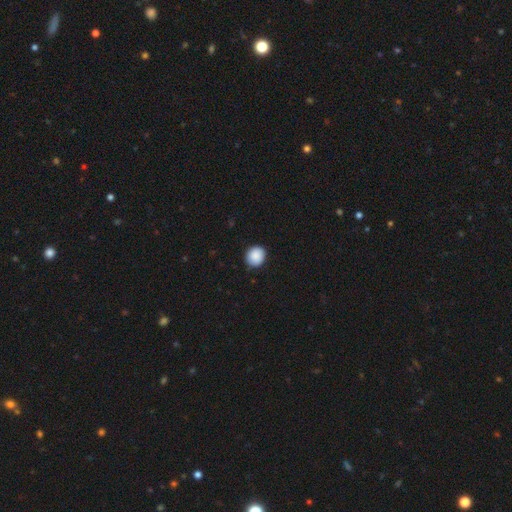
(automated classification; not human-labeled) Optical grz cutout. It shows a smooth galaxy with no disk features (90%) that is round (84%). Merging: none (90%).